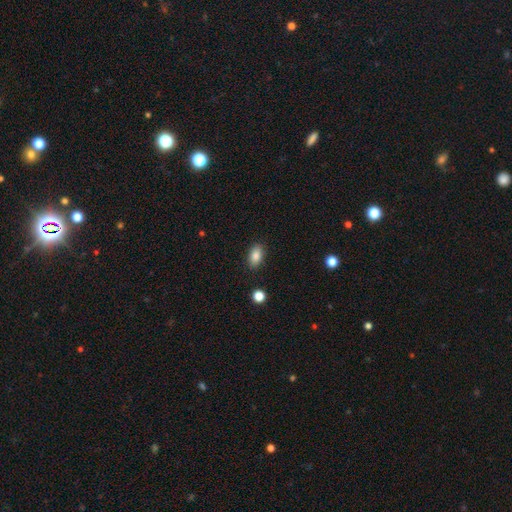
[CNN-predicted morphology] This is clearly a smooth galaxy (86%). How rounded: clearly in between (89%). Merging: clearly none (87%).